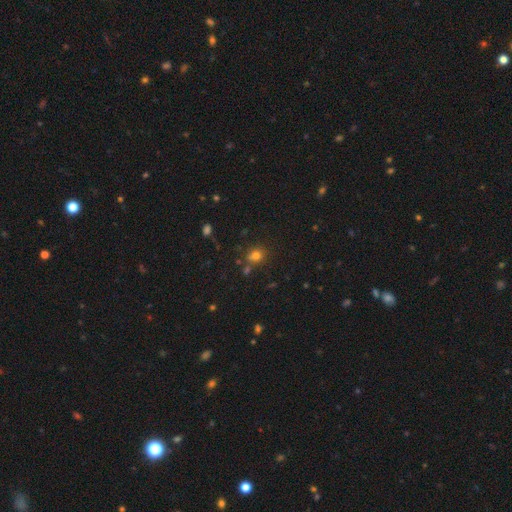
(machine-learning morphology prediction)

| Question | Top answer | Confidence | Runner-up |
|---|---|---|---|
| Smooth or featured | smooth | 72% | star or artifact (19%) |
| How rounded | round | 75% | in between (24%) |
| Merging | none | 67% | merger (17%) |